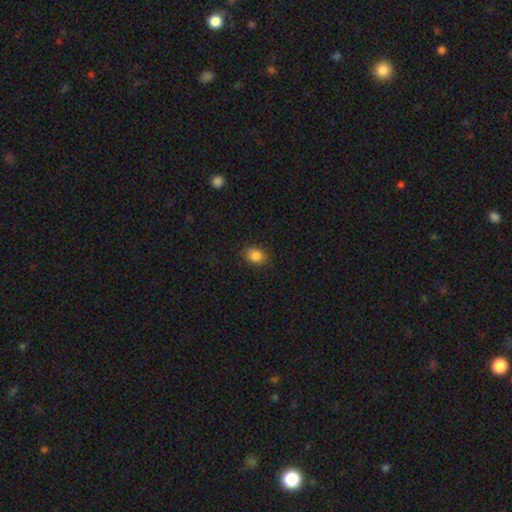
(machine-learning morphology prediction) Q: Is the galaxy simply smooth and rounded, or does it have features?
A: smooth — 86%.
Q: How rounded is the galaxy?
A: in between — 61%.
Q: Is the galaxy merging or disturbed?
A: none — 84%.